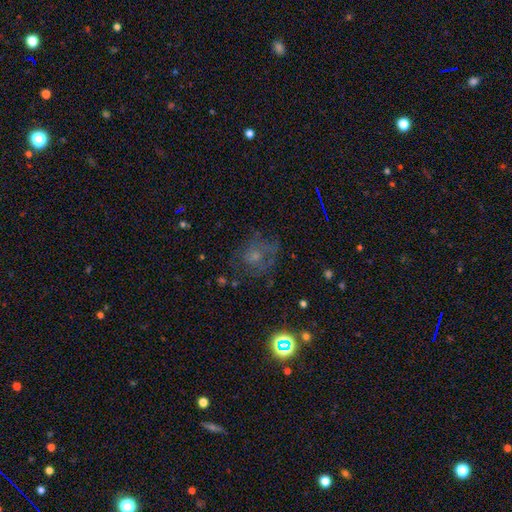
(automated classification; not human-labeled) Overall: featured or disk (37%; smooth 36%). Merging: none (58%; major disturbance 20%).